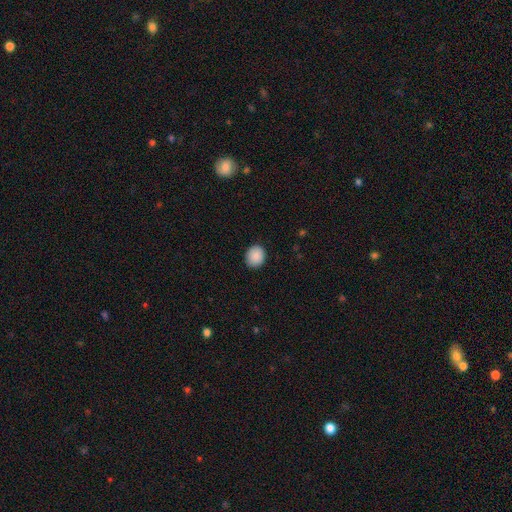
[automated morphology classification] smooth_or_featured: smooth (p=0.90) [alt: star or artifact p=0.08]
how_rounded: round (p=0.65) [alt: in between p=0.35]
merging: none (p=0.89) [alt: minor disturbance p=0.08]